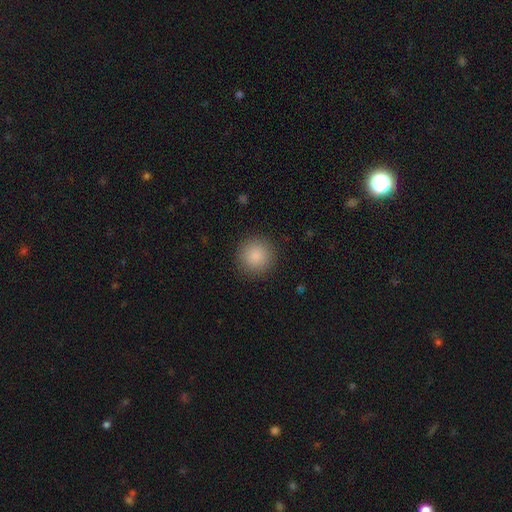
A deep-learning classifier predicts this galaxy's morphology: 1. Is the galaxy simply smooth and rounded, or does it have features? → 88% smooth, 9% star or artifact, 4% featured or disk.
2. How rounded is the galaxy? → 95% round, 4% in between, 1% cigar-shaped.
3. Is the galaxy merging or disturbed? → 91% none, 6% minor disturbance, 2% major disturbance, 1% merger.